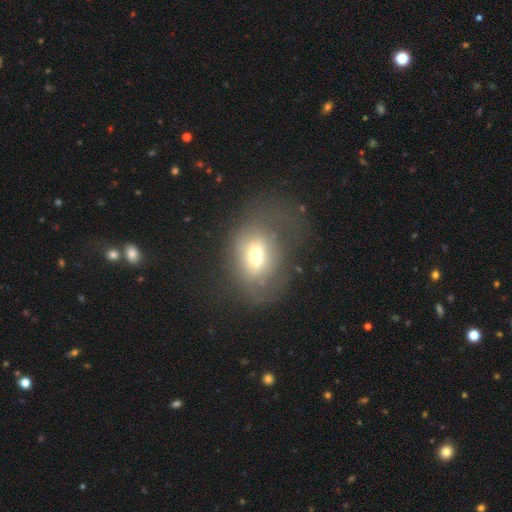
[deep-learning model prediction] Overall: smooth (59%; featured or disk 29%). How rounded: in between (62%; round 37%). Merging: none (38%; major disturbance 34%).